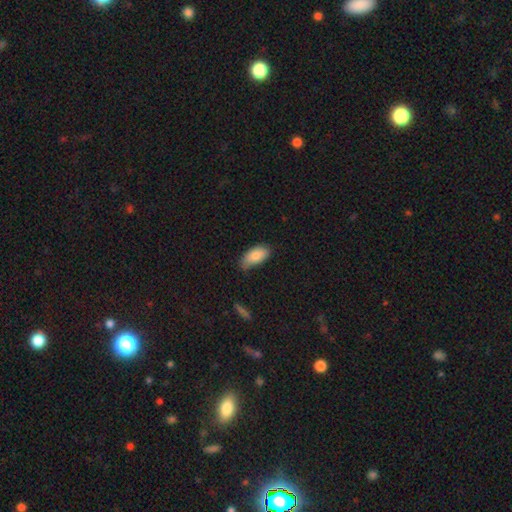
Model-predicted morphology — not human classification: A smooth galaxy with no disk features (85%) that is in between round and cigar-shaped (93%). Merging: none (60%).